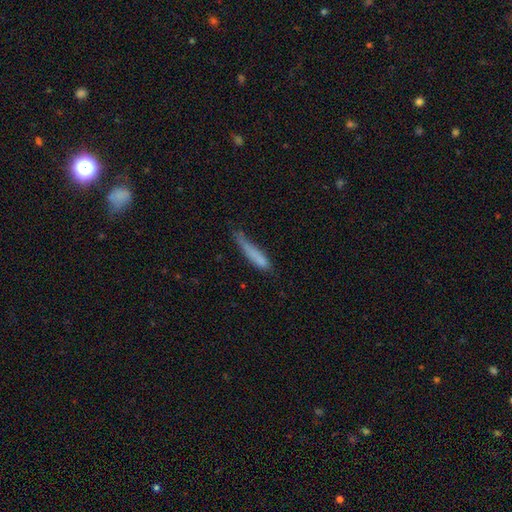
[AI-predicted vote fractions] Overall: smooth (77%). How rounded: cigar-shaped (90%). Merging: none (52%; minor disturbance 31%).